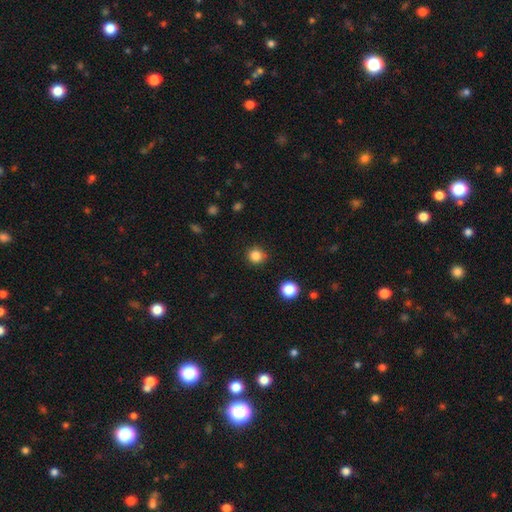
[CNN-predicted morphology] smooth 84%, star or artifact 12%, featured or disk 4%. Down the decision tree: how rounded — round (91%); merging — none (89%).